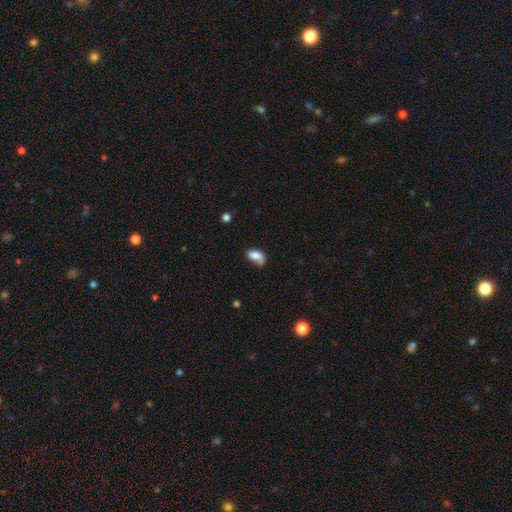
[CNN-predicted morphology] smooth-or-featured: smooth: 79% | featured or disk: 12% | star or artifact: 9%
  how-rounded: in between: 88% | round: 10% | cigar-shaped: 2%
  merging: none: 40% | minor disturbance: 31% | major disturbance: 17% | merger: 13%